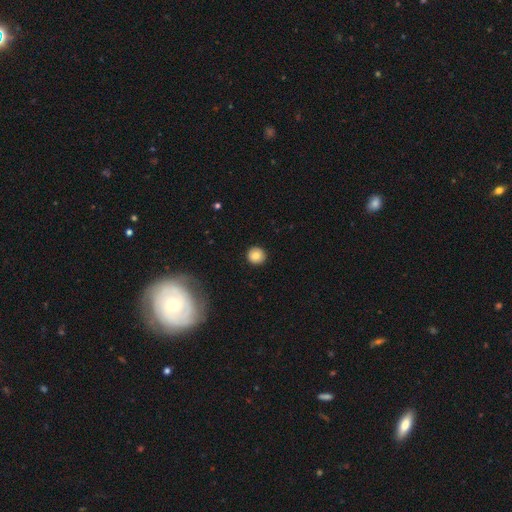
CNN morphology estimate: A smooth galaxy with no disk features (82%) that is round (93%).

Vote fractions:
- Smooth or featured? smooth: 82% / featured or disk: 9% / star or artifact: 9%
- How rounded? round: 93% / in between: 6% / cigar-shaped: 1%
- Merging? none: 90% / minor disturbance: 7% / major disturbance: 2% / merger: 1%